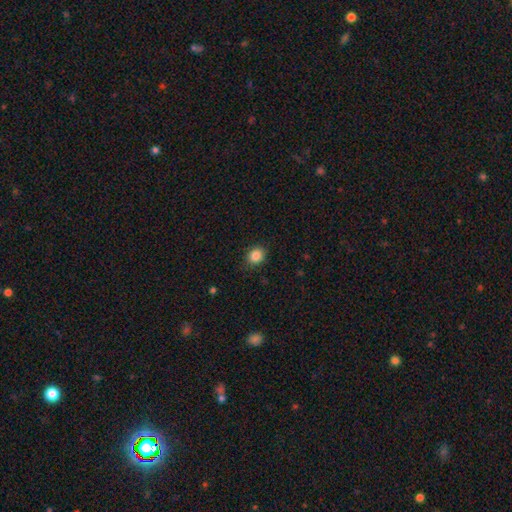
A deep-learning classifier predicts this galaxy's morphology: Q: Smooth or featured?
A: smooth (86%); runner-up: star or artifact (10%)
Q: How rounded?
A: round (68%); runner-up: in between (31%)
Q: Merging?
A: none (87%); runner-up: minor disturbance (9%)